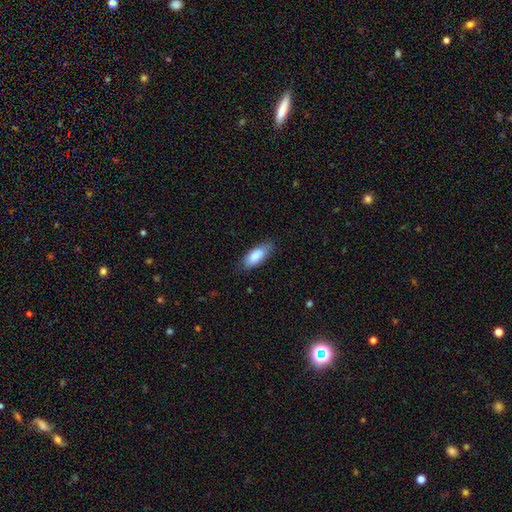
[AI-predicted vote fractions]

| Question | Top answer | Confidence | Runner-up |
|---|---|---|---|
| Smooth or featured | smooth | 83% | featured or disk (11%) |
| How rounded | in between | 81% | cigar-shaped (17%) |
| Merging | none | 76% | minor disturbance (19%) |